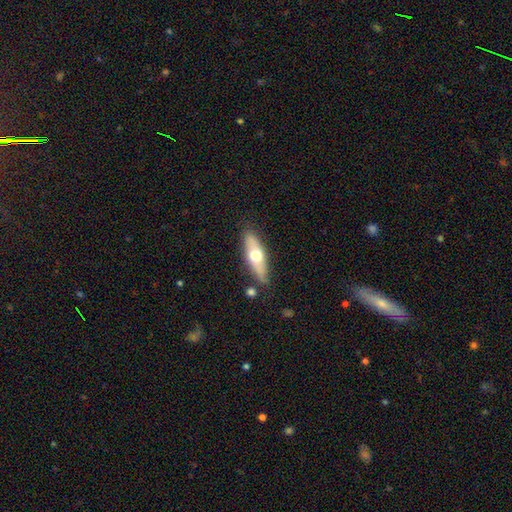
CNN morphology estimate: A smooth galaxy with no disk features (51%) that is cigar-shaped (52%). Merging: none (78%).